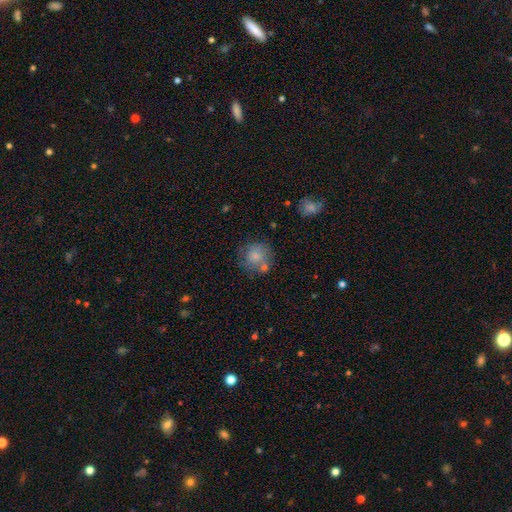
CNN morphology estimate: type=smooth (78%); roundness=round (88%); merging=none (60%).